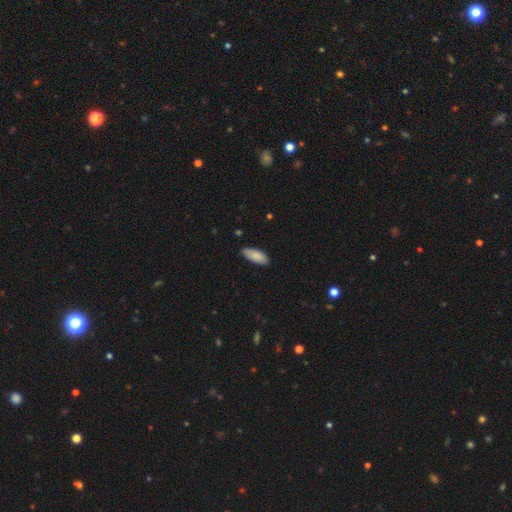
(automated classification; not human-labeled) smooth_or_featured: smooth (p=0.88) [alt: featured or disk p=0.07]
how_rounded: in between (p=0.83) [alt: cigar-shaped p=0.15]
merging: none (p=0.86) [alt: minor disturbance p=0.11]